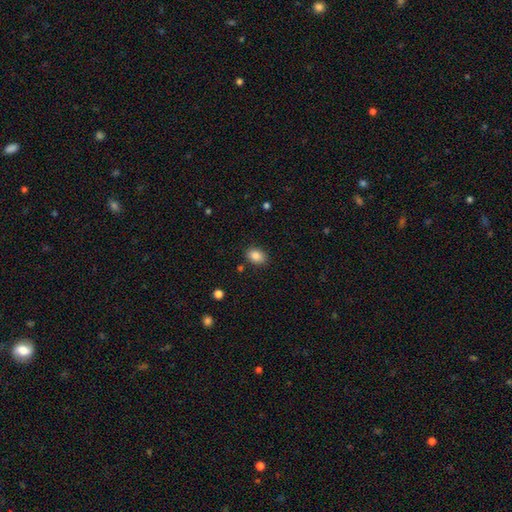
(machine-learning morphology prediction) Q: Smooth or featured?
A: smooth (86%); runner-up: star or artifact (9%)
Q: How rounded?
A: in between (75%); runner-up: round (24%)
Q: Merging?
A: none (86%); runner-up: minor disturbance (9%)